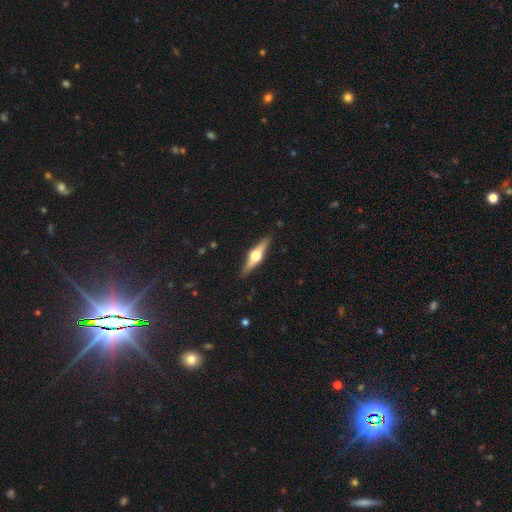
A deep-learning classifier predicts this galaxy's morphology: Smooth or featured?
  - featured or disk: 70% *
  - smooth: 25%
  - star or artifact: 6%
Edge-on disk?
  - yes: 97% *
  - no: 3%
Edge-on bulge?
  - rounded: 96% *
  - boxy: 3%
  - none: 1%
Merging?
  - none: 89% *
  - minor disturbance: 8%
  - major disturbance: 2%
  - merger: 1%